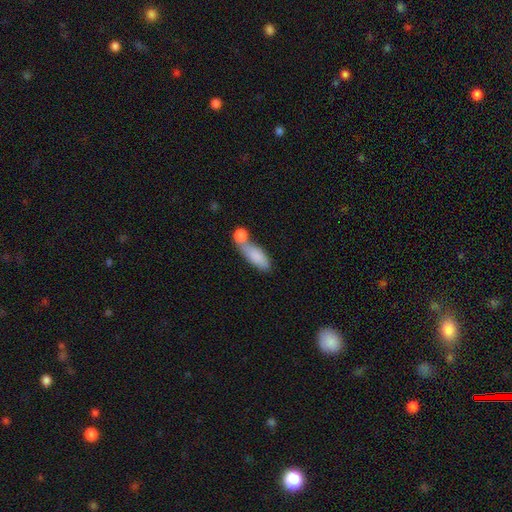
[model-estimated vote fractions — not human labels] The model was most divided on "merging": merger: 53%, none: 29%, minor disturbance: 12%, major disturbance: 7%. More confident: smooth or featured — smooth (81%); how rounded — in between (70%).